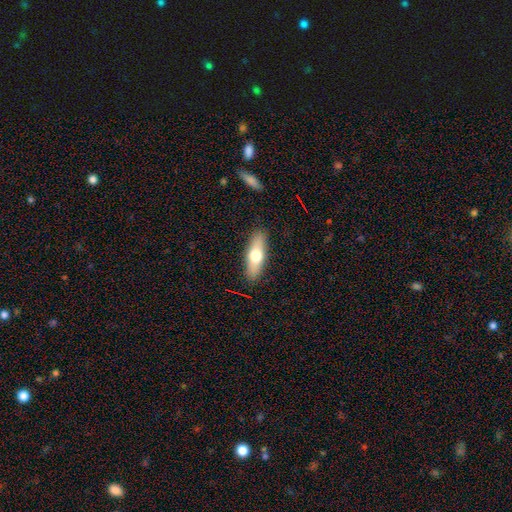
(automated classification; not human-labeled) Smooth or featured? Predicted: smooth (p=0.60). How rounded? Predicted: in between (p=0.52). Merging? Predicted: none (p=0.88).